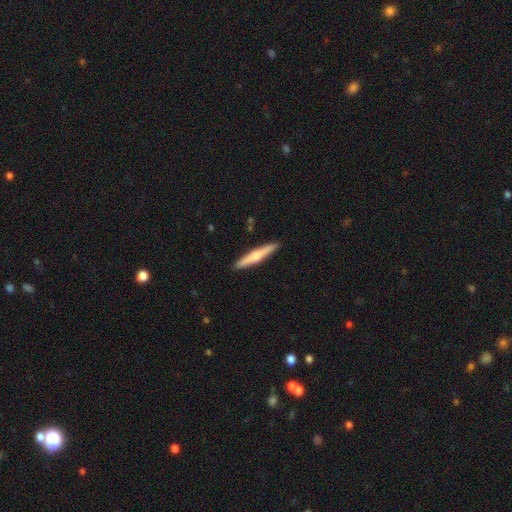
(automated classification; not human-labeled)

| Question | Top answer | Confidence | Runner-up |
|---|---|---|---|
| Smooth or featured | smooth | 50% | featured or disk (44%) |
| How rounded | cigar-shaped | 92% | in between (7%) |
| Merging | none | 91% | minor disturbance (7%) |